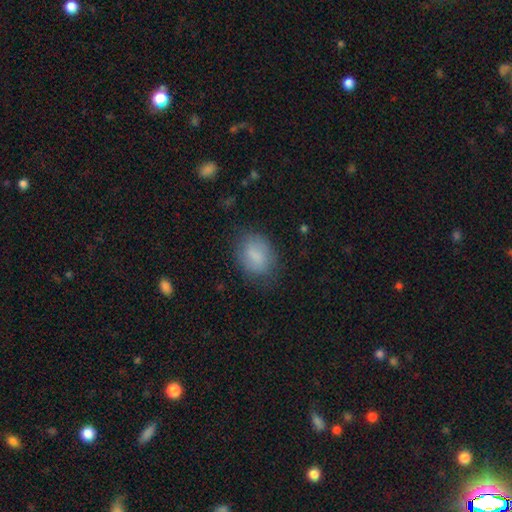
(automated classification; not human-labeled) A smooth galaxy with no disk features (80%) that is in between round and cigar-shaped (70%).

Vote fractions:
- Smooth or featured? smooth: 80% / featured or disk: 12% / star or artifact: 8%
- How rounded? in between: 70% / round: 29% / cigar-shaped: 1%
- Merging? none: 71% / minor disturbance: 20% / major disturbance: 7% / merger: 1%